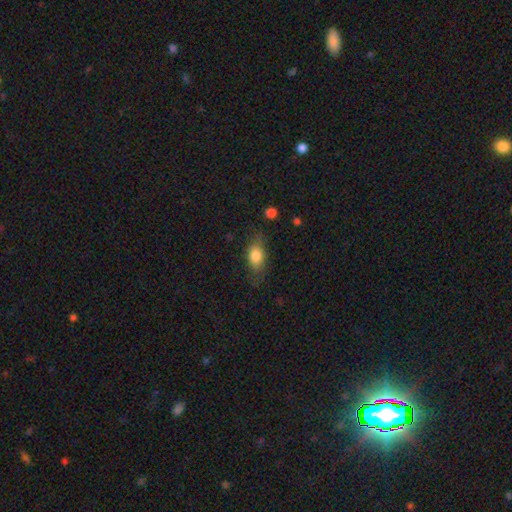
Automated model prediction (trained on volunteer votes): smooth_or_featured: smooth (p=0.79) [alt: featured or disk p=0.13]
how_rounded: in between (p=0.81) [alt: round p=0.12]
merging: none (p=0.66) [alt: minor disturbance p=0.23]